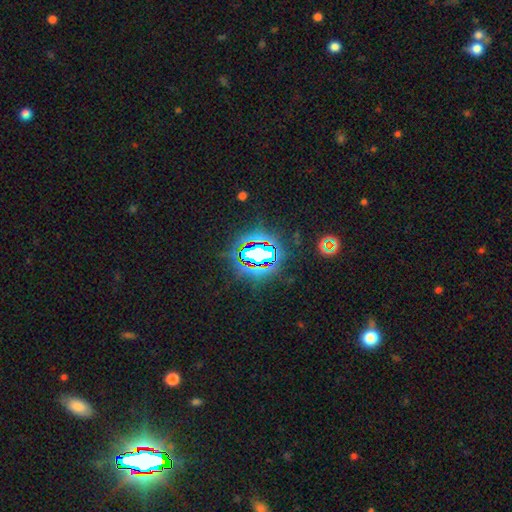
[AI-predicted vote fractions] Smooth or featured: star or artifact — 73% (smooth — 16%)